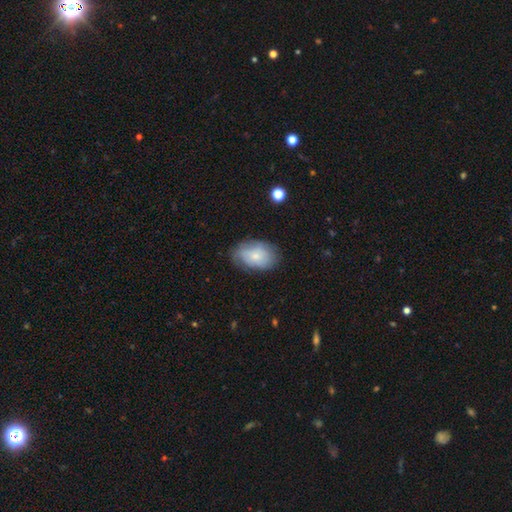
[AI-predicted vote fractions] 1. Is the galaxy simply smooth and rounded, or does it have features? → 65% smooth, 27% featured or disk, 7% star or artifact.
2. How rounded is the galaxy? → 87% in between, 12% round, 1% cigar-shaped.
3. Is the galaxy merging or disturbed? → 72% none, 21% minor disturbance, 6% major disturbance, 1% merger.